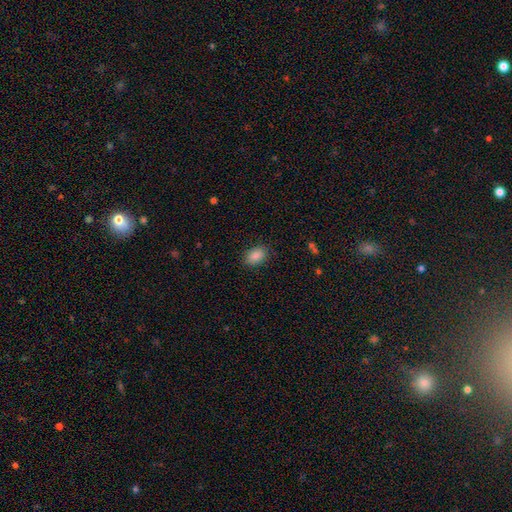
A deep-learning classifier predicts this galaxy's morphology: Smooth or featured? Predicted: smooth (p=0.88). How rounded? Predicted: in between (p=0.84). Merging? Predicted: none (p=0.87).